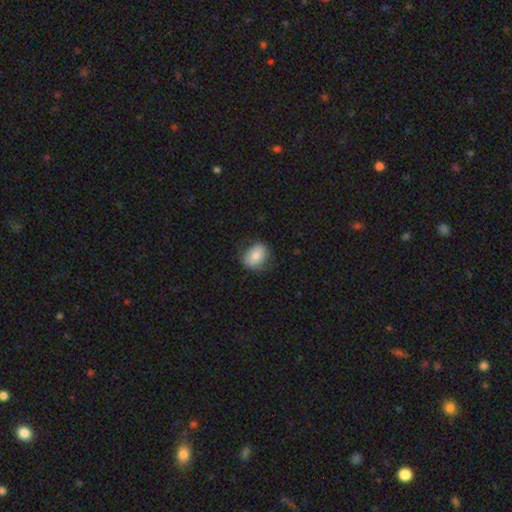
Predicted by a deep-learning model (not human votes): The model was most divided on "how rounded": in between: 57%, round: 42%, cigar-shaped: 1%. More confident: smooth or featured — smooth (73%); merging — none (73%).